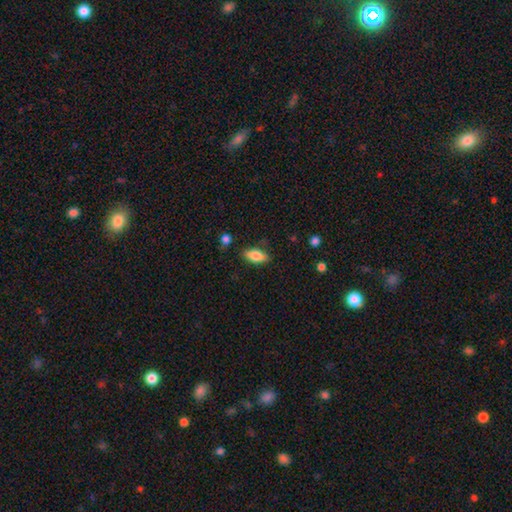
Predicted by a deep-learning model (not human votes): Smooth or featured? smooth (81%)
How rounded? in between (82%)
Merging? none (82%)